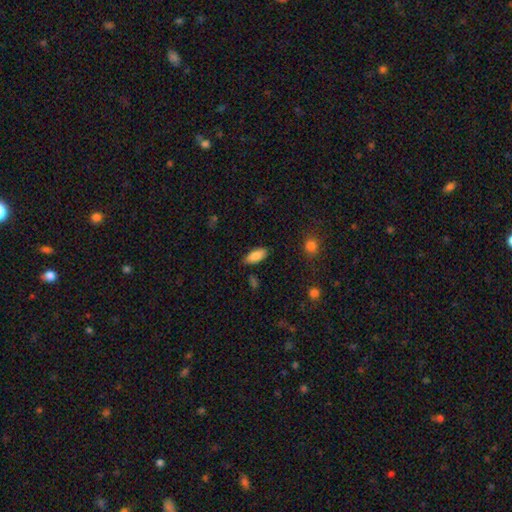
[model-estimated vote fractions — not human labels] A smooth galaxy with no disk features (87%) that is in between round and cigar-shaped (88%). Merging: none (82%).